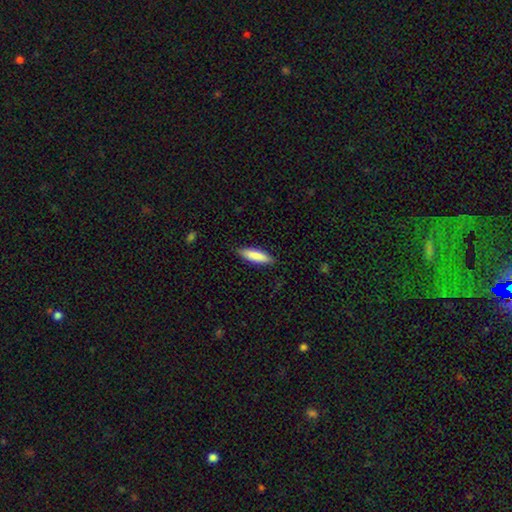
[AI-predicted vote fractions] Smooth or featured? smooth (85%)
How rounded? cigar-shaped (64%)
Merging? none (86%)